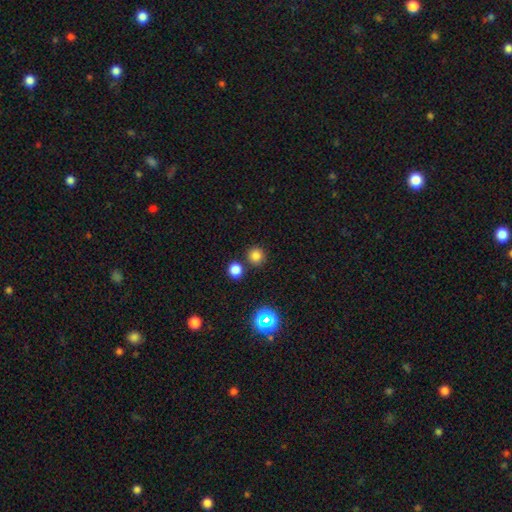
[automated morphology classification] A smooth galaxy with no disk features (79%) that is round (92%). Merging: none (79%).